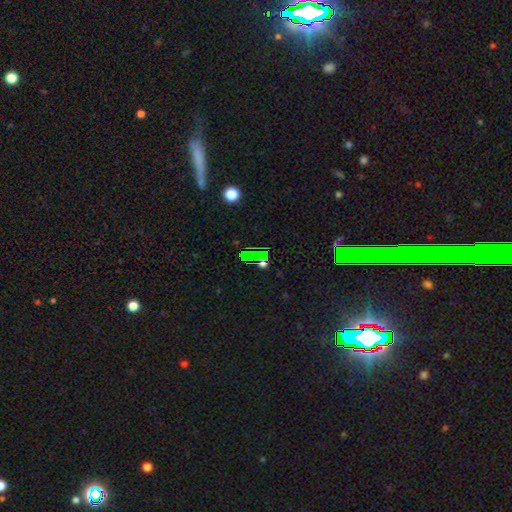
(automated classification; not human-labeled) Smooth or featured: star or artifact — 65% (smooth — 21%)